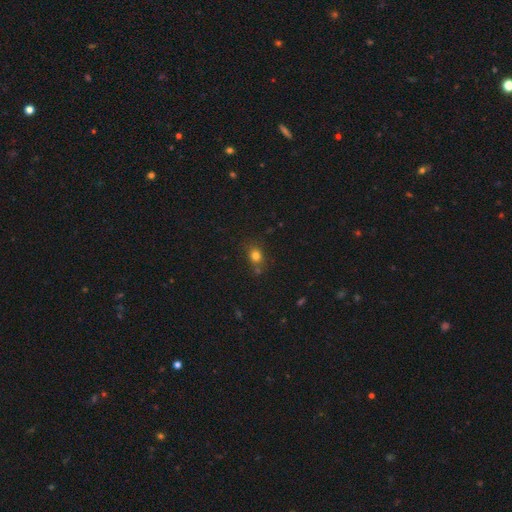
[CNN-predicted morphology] Smooth or featured? Predicted: smooth (p=0.79). How rounded? Predicted: round (p=0.59). Merging? Predicted: none (p=0.72).